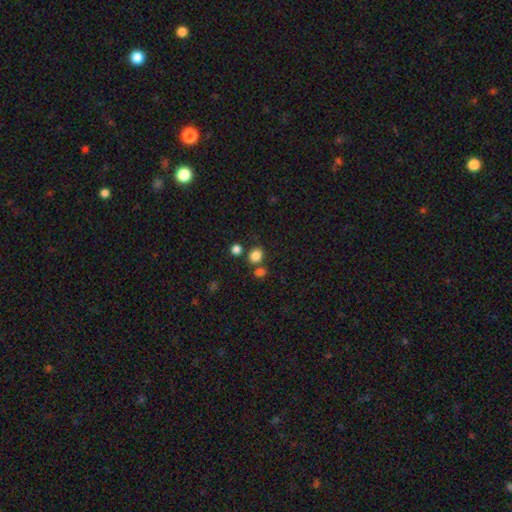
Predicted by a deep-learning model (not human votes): This is clearly a smooth galaxy (83%). How rounded: likely round (75%). Merging: likely none (70%).